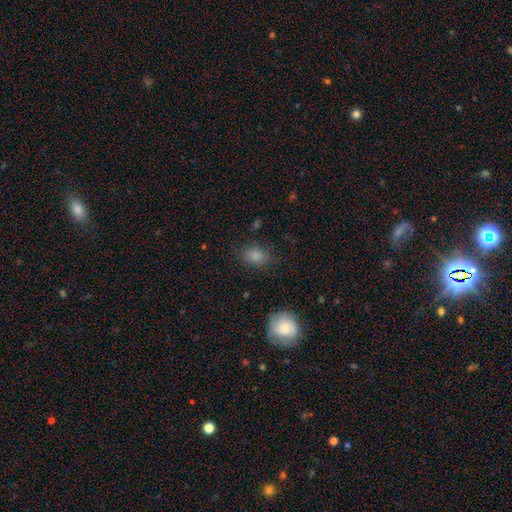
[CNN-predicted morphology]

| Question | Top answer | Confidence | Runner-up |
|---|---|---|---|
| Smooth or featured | smooth | 83% | star or artifact (12%) |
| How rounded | in between | 62% | round (37%) |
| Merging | none | 78% | minor disturbance (15%) |